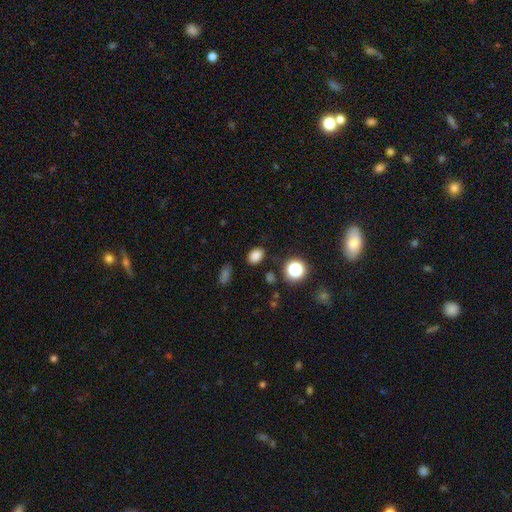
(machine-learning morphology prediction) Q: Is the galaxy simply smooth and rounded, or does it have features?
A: smooth — 81%.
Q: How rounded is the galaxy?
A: in between — 72%.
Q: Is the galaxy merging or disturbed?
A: none — 84%.